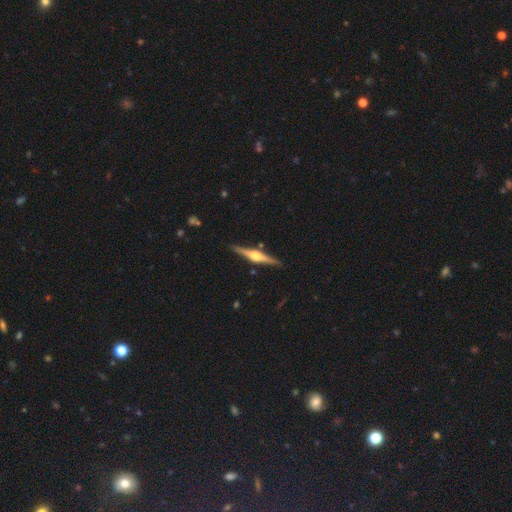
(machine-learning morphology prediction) Smooth or featured? featured or disk (79%)
Edge-on disk? yes (98%)
Edge-on bulge? rounded (90%)
Merging? none (89%)